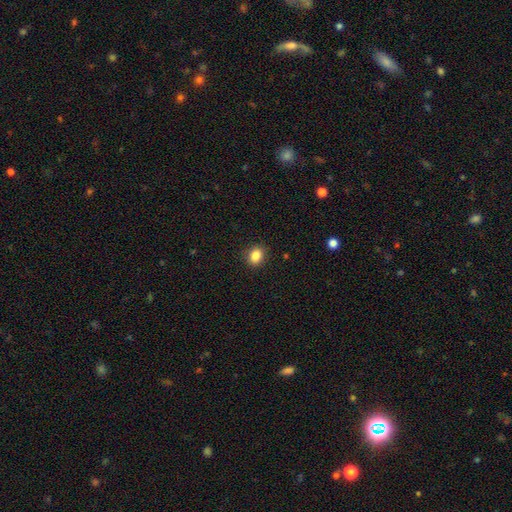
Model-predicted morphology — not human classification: Smooth or featured?
  - smooth: 86% *
  - star or artifact: 10%
  - featured or disk: 4%
How rounded?
  - round: 51% *
  - in between: 48%
  - cigar-shaped: 1%
Merging?
  - none: 89% *
  - minor disturbance: 8%
  - major disturbance: 2%
  - merger: 1%